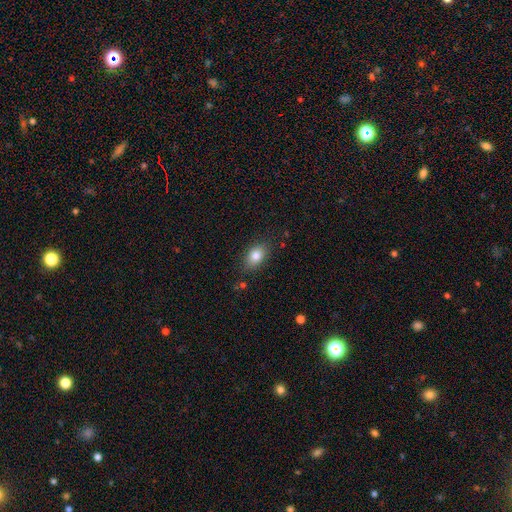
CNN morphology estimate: The model was most divided on "how rounded": in between: 80%, round: 18%, cigar-shaped: 2%. More confident: smooth or featured — smooth (82%); merging — none (82%).